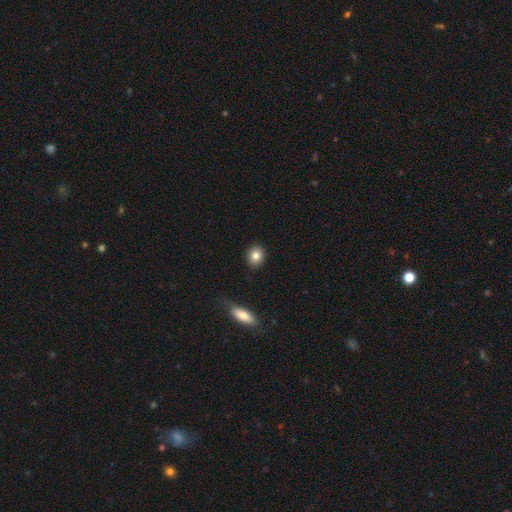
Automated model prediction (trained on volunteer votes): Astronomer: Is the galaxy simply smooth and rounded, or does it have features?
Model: smooth — 84%.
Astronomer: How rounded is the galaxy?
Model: round — 67%.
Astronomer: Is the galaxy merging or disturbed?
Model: none — 90%.